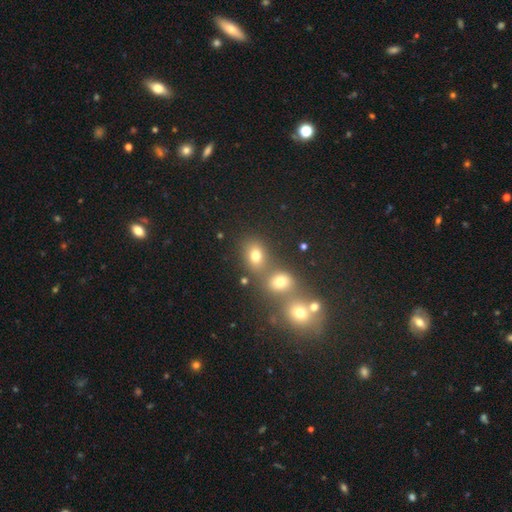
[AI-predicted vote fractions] smooth 73%, star or artifact 17%, featured or disk 10%. Down the decision tree: how rounded — in between (50%); merging — none (55%).